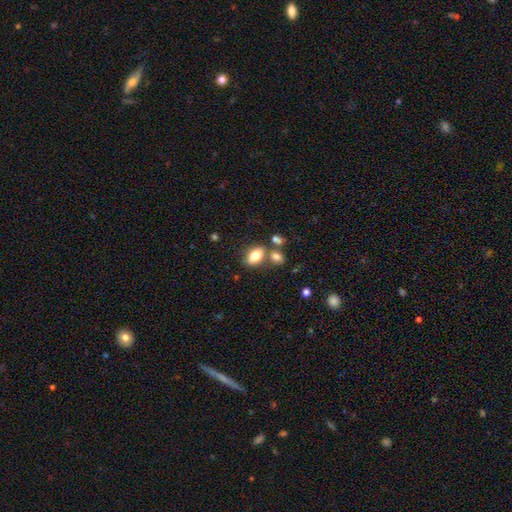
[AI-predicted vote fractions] This is likely a smooth galaxy (78%). How rounded: clearly in between (87%). Merging: likely none (63%).